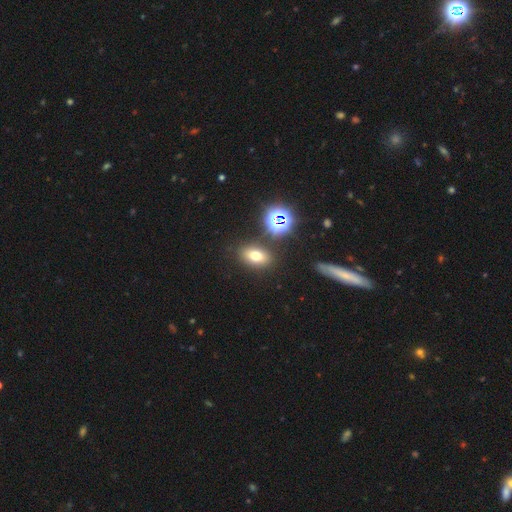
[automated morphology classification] This is likely a smooth galaxy (65%). How rounded: likely in between (76%). Merging: clearly none (82%).